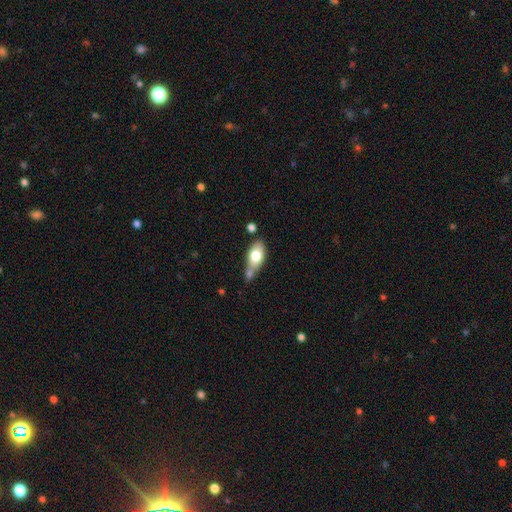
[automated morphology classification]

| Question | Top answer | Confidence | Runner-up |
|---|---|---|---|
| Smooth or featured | smooth | 71% | featured or disk (23%) |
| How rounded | in between | 86% | cigar-shaped (9%) |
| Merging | none | 48% | merger (24%) |